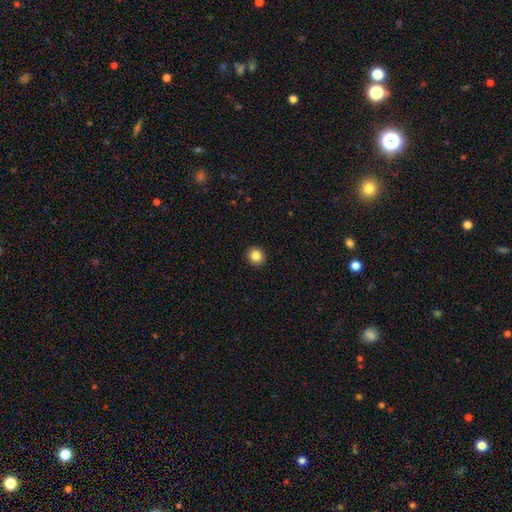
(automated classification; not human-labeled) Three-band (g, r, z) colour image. It shows a smooth galaxy with no disk features (85%) that is round (77%). Merging: none (92%).